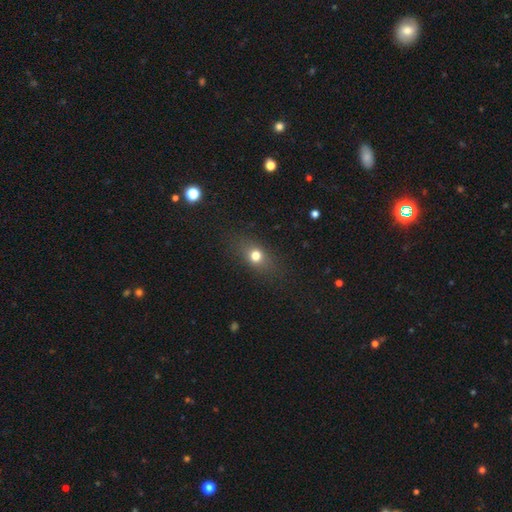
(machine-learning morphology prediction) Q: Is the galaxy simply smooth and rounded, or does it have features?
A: smooth — 71%.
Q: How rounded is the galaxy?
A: in between — 52%.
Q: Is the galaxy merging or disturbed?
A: none — 83%.